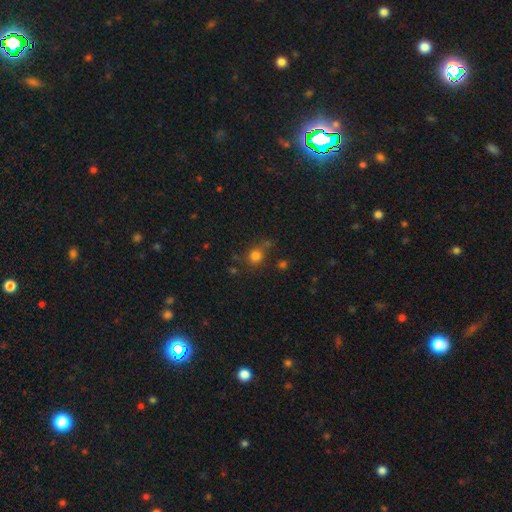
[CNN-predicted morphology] Smooth or featured? Predicted: smooth (p=0.77). How rounded? Predicted: round (p=0.76). Merging? Predicted: none (p=0.64).